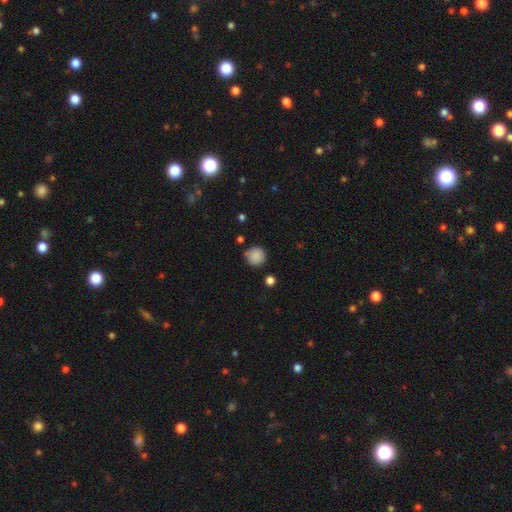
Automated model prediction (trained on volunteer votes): Morphology: type=smooth (87%); roundness=round (93%); merging=none (78%).